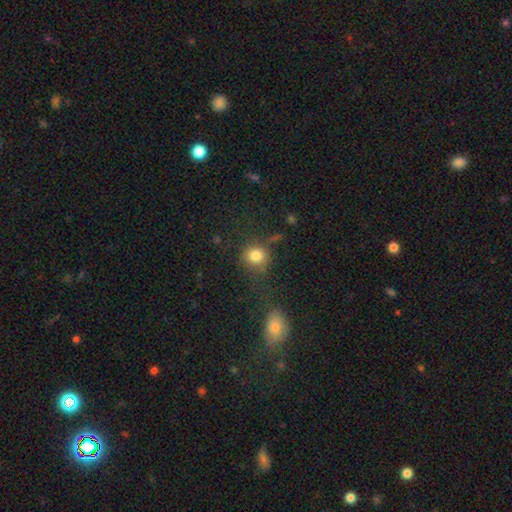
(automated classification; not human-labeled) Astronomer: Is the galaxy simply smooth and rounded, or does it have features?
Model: smooth — 81%.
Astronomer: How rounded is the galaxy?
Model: round — 88%.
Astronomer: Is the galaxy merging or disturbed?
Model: none — 72%.